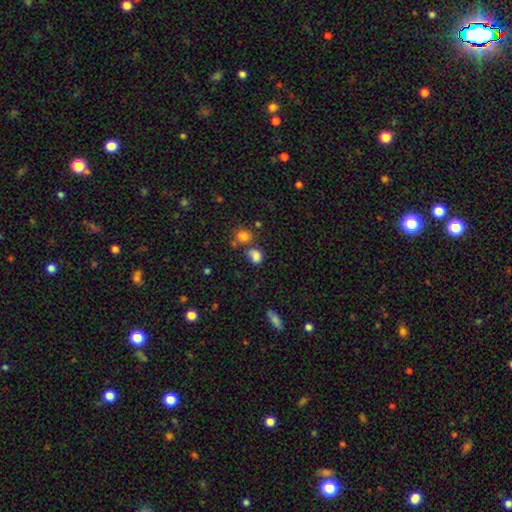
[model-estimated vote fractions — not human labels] Overall: smooth (79%). How rounded: in between (56%; round 43%). Merging: none (49%; merger 26%).